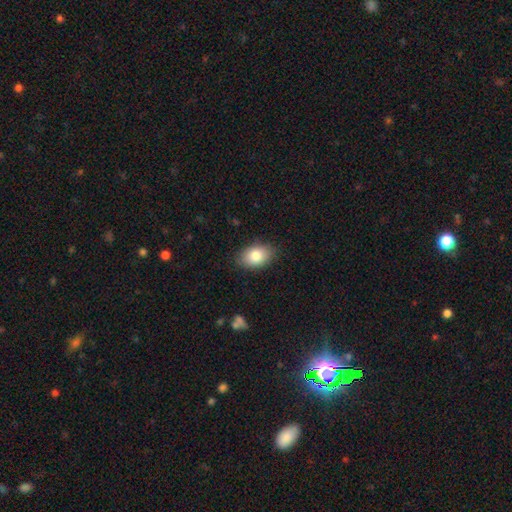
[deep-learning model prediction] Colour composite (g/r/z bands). It shows a smooth galaxy with no disk features (83%) that is in between round and cigar-shaped (88%). Merging: none (84%).